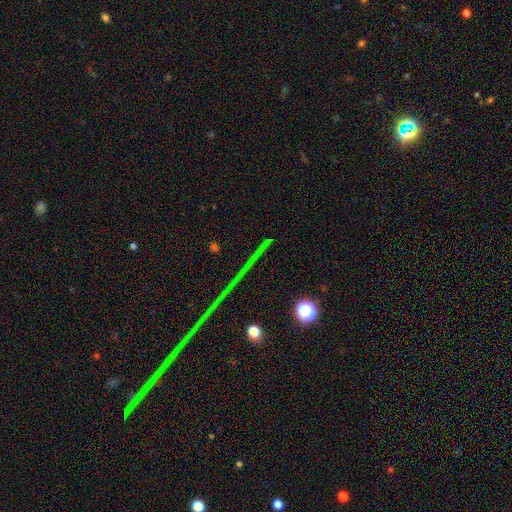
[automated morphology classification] type=star or artifact (79%).